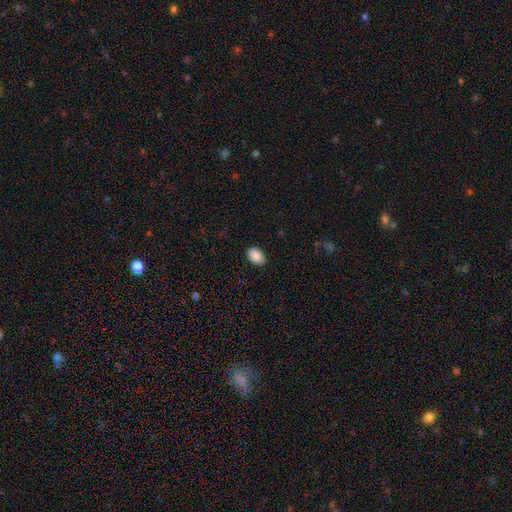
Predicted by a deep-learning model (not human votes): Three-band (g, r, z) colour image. It shows a smooth galaxy with no disk features (90%) that is in between round and cigar-shaped (85%). Merging: none (88%).